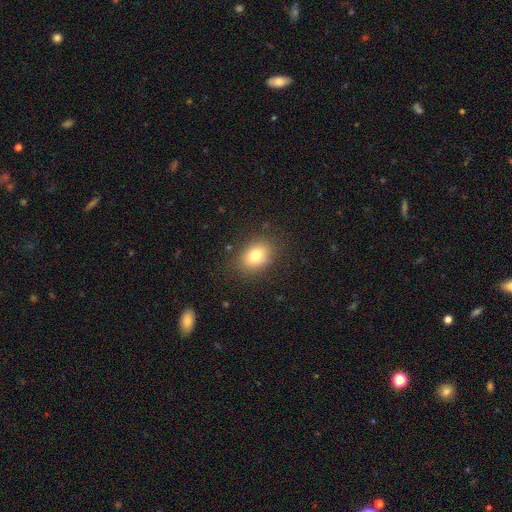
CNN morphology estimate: smooth 78%, featured or disk 11%, star or artifact 11%. Down the decision tree: how rounded — in between (66%); merging — none (84%).